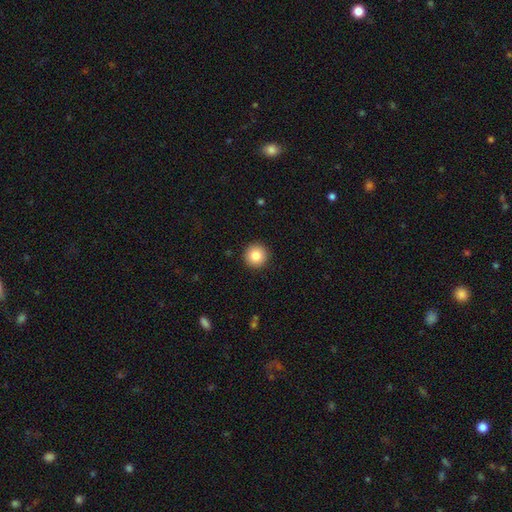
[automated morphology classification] smooth 84%, star or artifact 9%, featured or disk 6%. Down the decision tree: how rounded — round (96%); merging — none (92%).